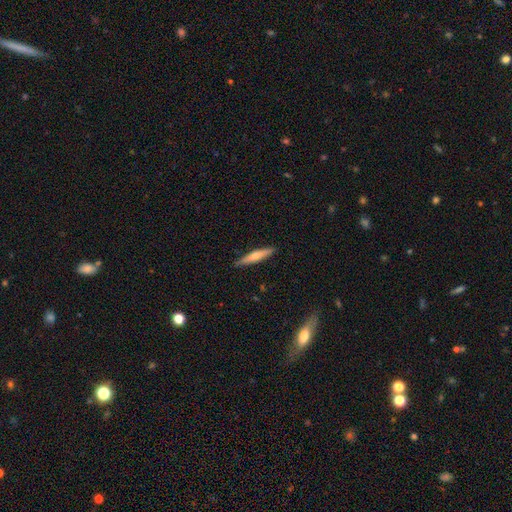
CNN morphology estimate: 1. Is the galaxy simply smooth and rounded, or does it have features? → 53% smooth, 41% featured or disk, 6% star or artifact.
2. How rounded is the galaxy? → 89% cigar-shaped, 9% in between, 2% round.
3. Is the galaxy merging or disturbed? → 89% none, 9% minor disturbance, 2% major disturbance, 1% merger.